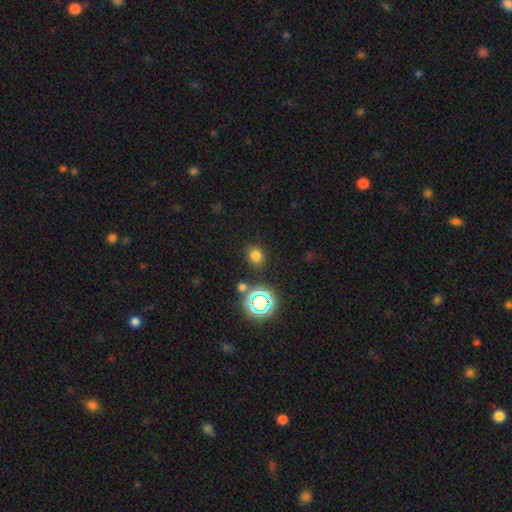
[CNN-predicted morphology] Smooth or featured? Predicted: smooth (p=0.73). How rounded? Predicted: round (p=0.81). Merging? Predicted: none (p=0.85).